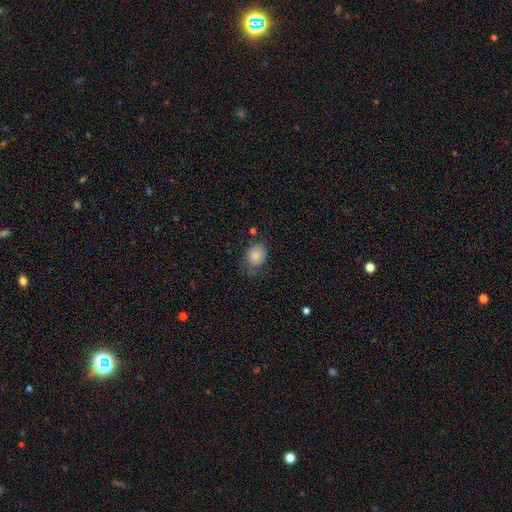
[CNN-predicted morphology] type=smooth (81%); roundness=round (55%); merging=none (57%).